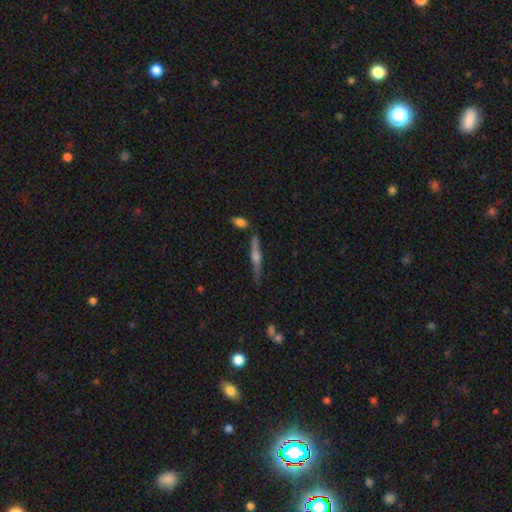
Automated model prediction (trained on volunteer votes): Q: Smooth or featured?
A: featured or disk (75%); runner-up: smooth (17%)
Q: Edge-on disk?
A: yes (97%); runner-up: no (3%)
Q: Edge-on bulge?
A: rounded (85%); runner-up: boxy (8%)
Q: Merging?
A: none (82%); runner-up: minor disturbance (10%)